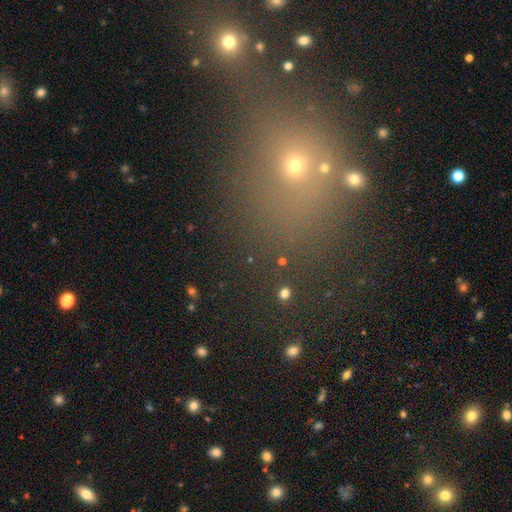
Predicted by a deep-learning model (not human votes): Q: Smooth or featured?
A: star or artifact (44%); runner-up: smooth (43%)